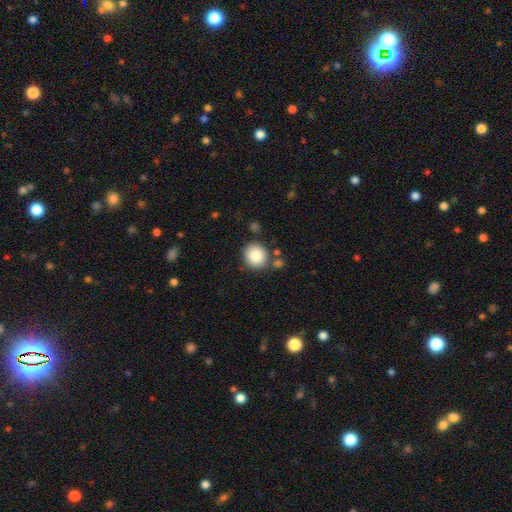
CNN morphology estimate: This is clearly a smooth galaxy (85%). How rounded: clearly round (88%). Merging: likely none (78%).